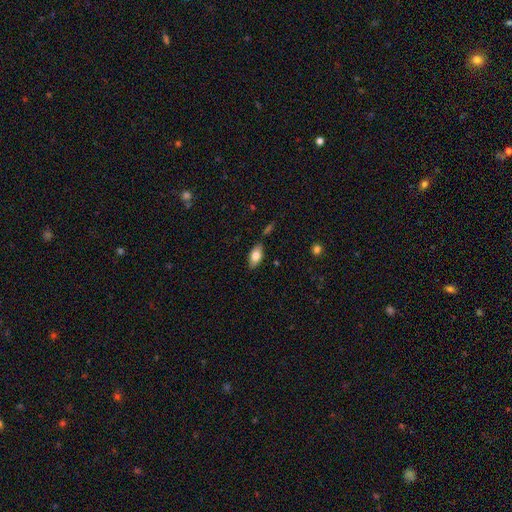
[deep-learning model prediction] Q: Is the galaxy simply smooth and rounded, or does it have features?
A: smooth — 78%.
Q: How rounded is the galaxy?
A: in between — 90%.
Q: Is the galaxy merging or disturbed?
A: none — 81%.